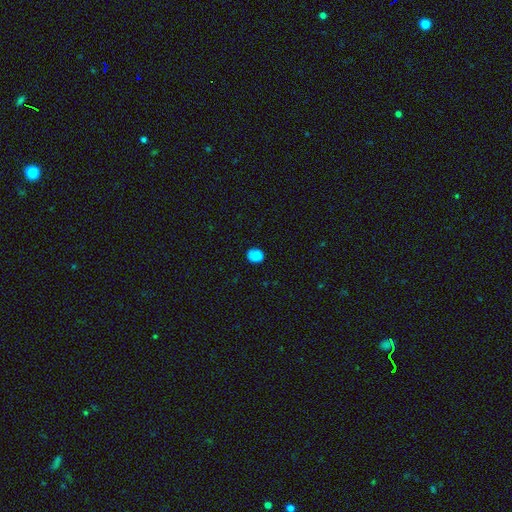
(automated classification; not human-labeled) Overall: smooth (86%). How rounded: round (63%; in between 36%). Merging: none (85%).